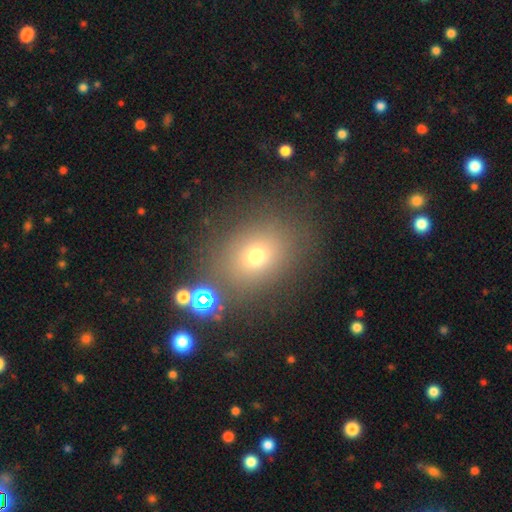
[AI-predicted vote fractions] Smooth or featured?
  - smooth: 67% *
  - star or artifact: 21%
  - featured or disk: 12%
How rounded?
  - round: 56% *
  - in between: 43%
  - cigar-shaped: 1%
Merging?
  - none: 78% *
  - minor disturbance: 11%
  - major disturbance: 6%
  - merger: 5%